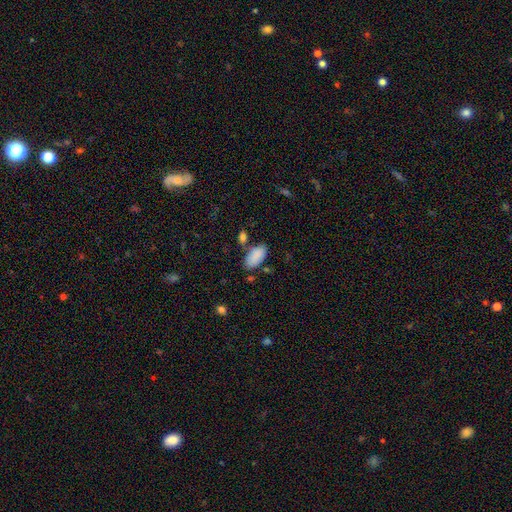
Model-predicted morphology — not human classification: The model was most divided on "merging": none: 70%, minor disturbance: 16%, merger: 10%, major disturbance: 4%. More confident: how rounded — in between (94%); smooth or featured — smooth (88%).